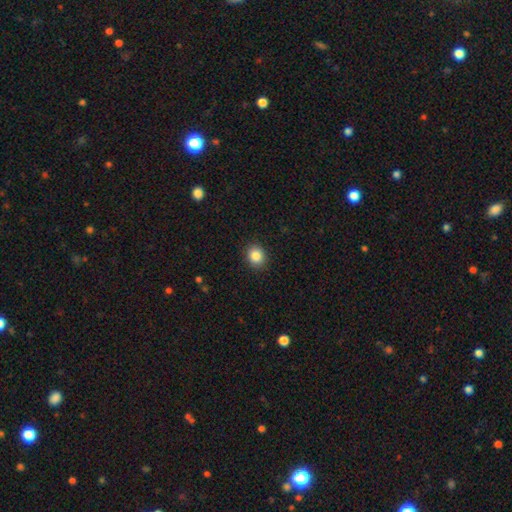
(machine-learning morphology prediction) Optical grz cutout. It shows a smooth galaxy with no disk features (87%) that is round (68%). Merging: none (89%).